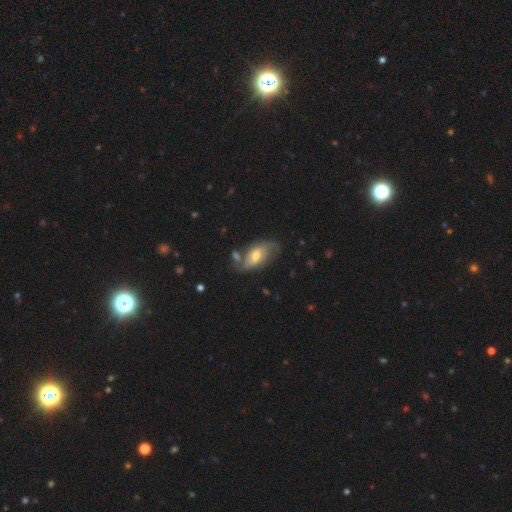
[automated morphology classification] This is possibly a featured or disk galaxy (59%). It is clearly not viewed edge-on (91%). Bar: possibly no (46%). Spiral arm pattern: clearly yes (81%). Central bulge: likely moderate (65%). Merging: possibly none (55%).